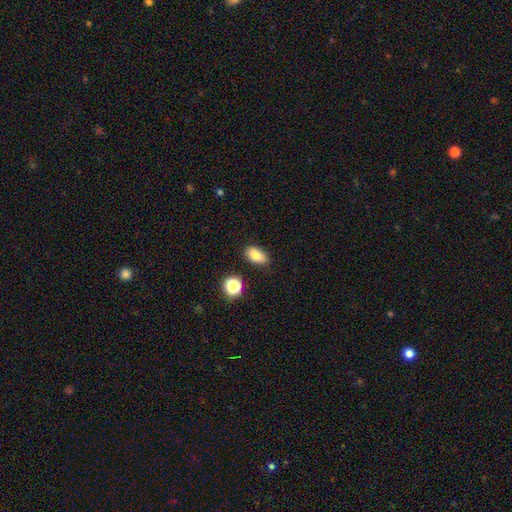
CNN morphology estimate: The model was most divided on "smooth or featured": smooth: 79%, featured or disk: 11%, star or artifact: 10%. More confident: how rounded — in between (88%); merging — none (84%).